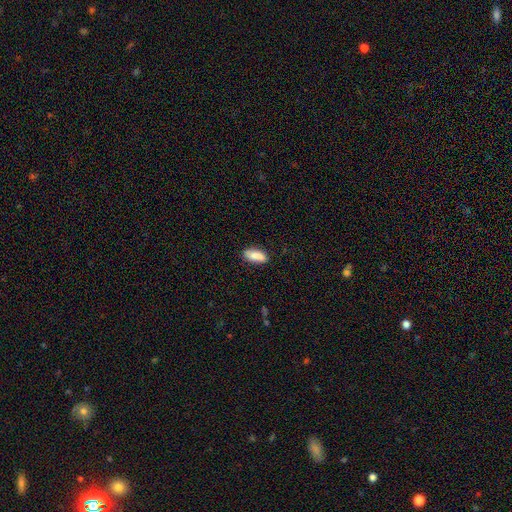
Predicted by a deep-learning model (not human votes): A smooth galaxy with no disk features (83%) that is in between round and cigar-shaped (80%).

Vote fractions:
- Smooth or featured? smooth: 83% / featured or disk: 10% / star or artifact: 7%
- How rounded? in between: 80% / cigar-shaped: 18% / round: 3%
- Merging? none: 78% / minor disturbance: 16% / major disturbance: 3% / merger: 2%